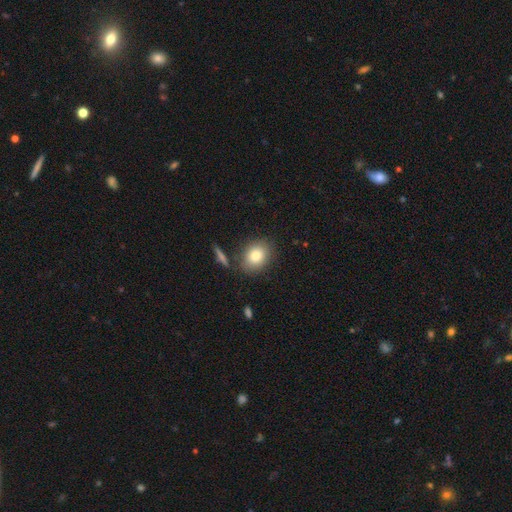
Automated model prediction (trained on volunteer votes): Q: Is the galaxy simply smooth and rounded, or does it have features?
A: smooth — 80%.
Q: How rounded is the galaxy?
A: in between — 52%.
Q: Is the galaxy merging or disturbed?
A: none — 81%.